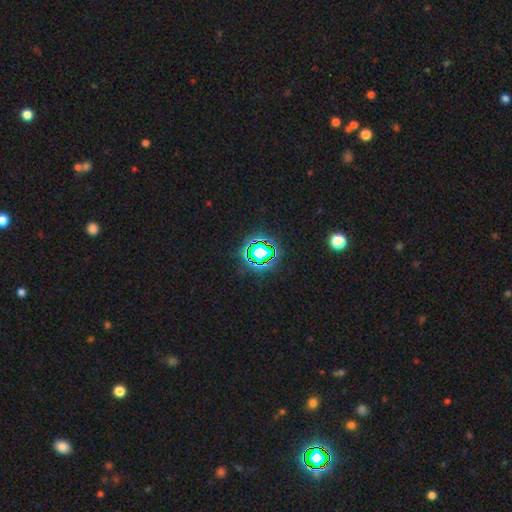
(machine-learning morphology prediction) The model was most divided on "smooth or featured": star or artifact: 69%, smooth: 19%, featured or disk: 12%.